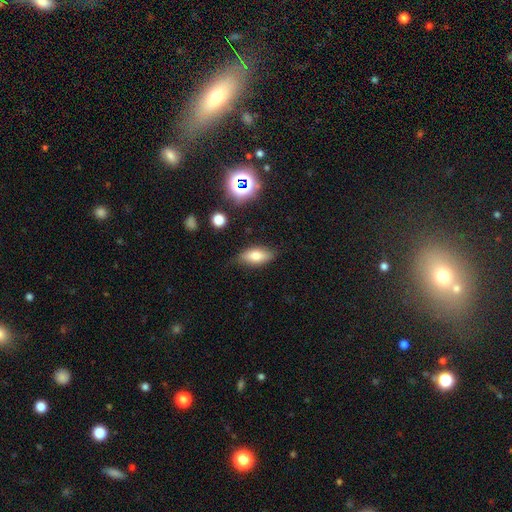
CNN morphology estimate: smooth-or-featured: smooth: 72% | featured or disk: 19% | star or artifact: 10%
  how-rounded: in between: 82% | cigar-shaped: 14% | round: 4%
  merging: none: 77% | minor disturbance: 17% | major disturbance: 4% | merger: 2%